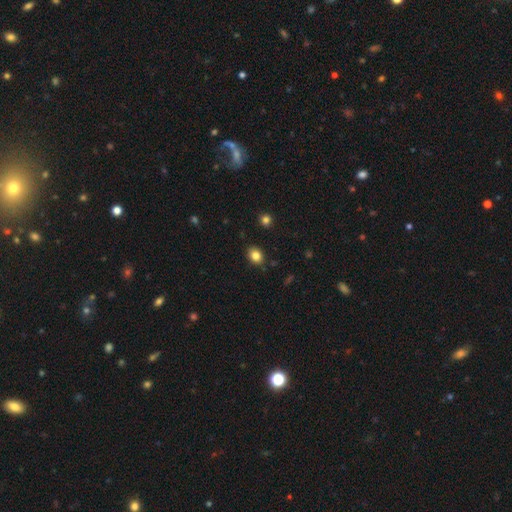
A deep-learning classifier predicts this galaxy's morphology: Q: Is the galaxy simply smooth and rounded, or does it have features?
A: smooth — 83%.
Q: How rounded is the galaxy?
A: round — 51%.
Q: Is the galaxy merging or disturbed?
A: none — 86%.